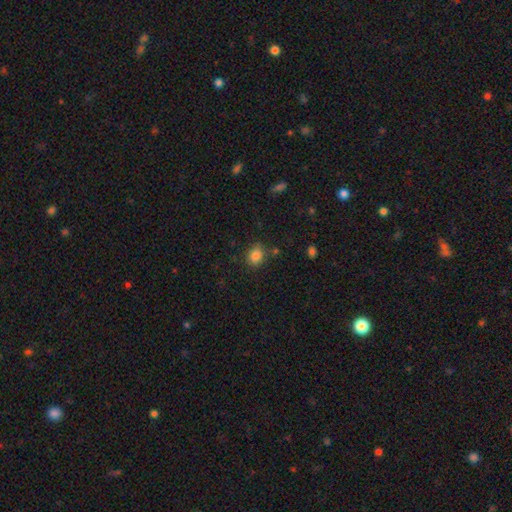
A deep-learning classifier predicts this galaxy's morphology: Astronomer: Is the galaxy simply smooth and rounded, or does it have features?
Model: smooth — 83%.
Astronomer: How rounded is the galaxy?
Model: round — 55% (runner-up: in between, 44%).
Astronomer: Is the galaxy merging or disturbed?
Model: none — 78%.